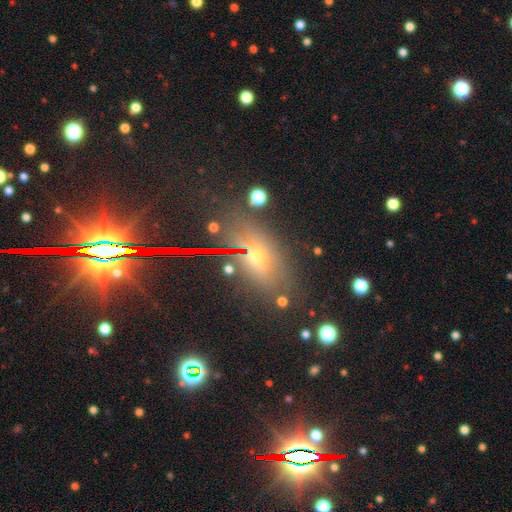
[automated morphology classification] Overall: star or artifact (43%; smooth 36%).